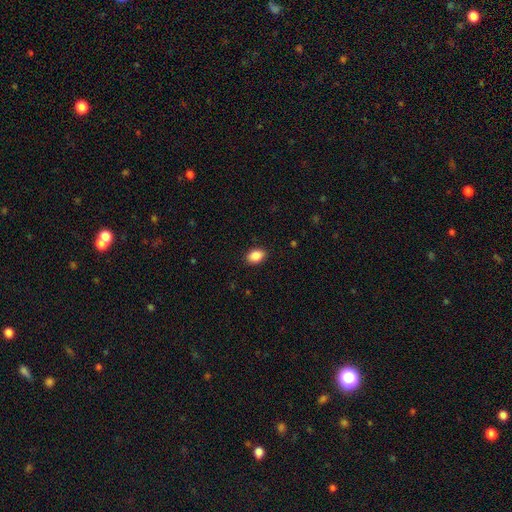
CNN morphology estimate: A smooth galaxy with no disk features (88%) that is in between round and cigar-shaped (85%).

Vote fractions:
- Smooth or featured? smooth: 88% / star or artifact: 8% / featured or disk: 4%
- How rounded? in between: 85% / round: 14% / cigar-shaped: 1%
- Merging? none: 90% / minor disturbance: 7% / major disturbance: 2% / merger: 1%